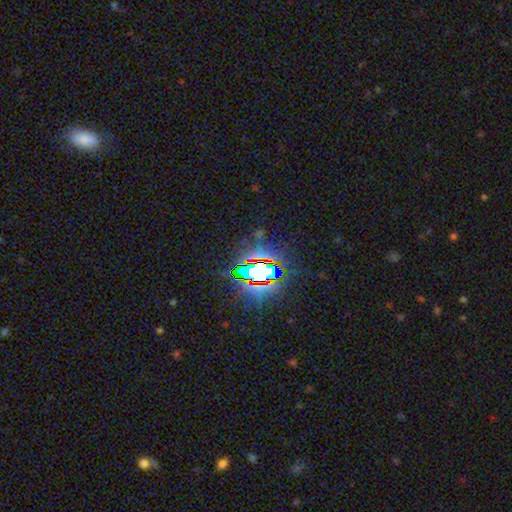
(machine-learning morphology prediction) Smooth or featured?
  - star or artifact: 82% *
  - smooth: 10%
  - featured or disk: 8%